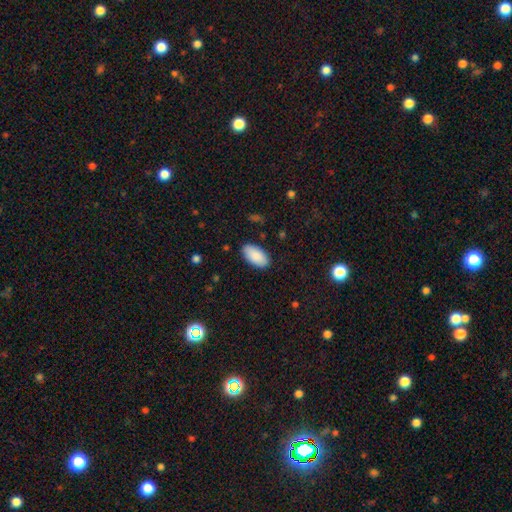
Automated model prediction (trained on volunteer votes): Smooth or featured? Predicted: smooth (p=0.89). How rounded? Predicted: in between (p=0.95). Merging? Predicted: none (p=0.87).